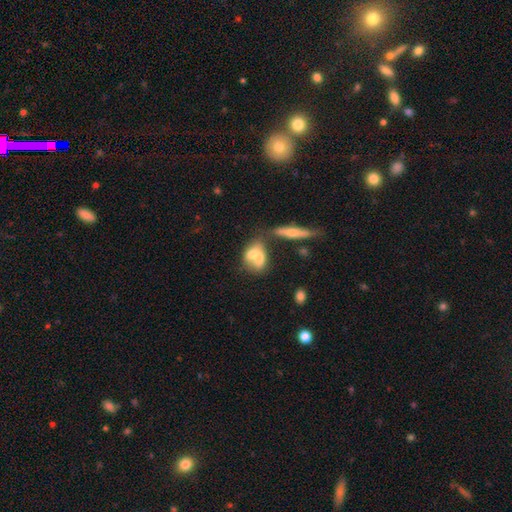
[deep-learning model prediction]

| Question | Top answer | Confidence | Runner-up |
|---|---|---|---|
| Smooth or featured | smooth | 61% | featured or disk (30%) |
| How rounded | in between | 68% | round (27%) |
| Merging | merger | 61% | none (22%) |